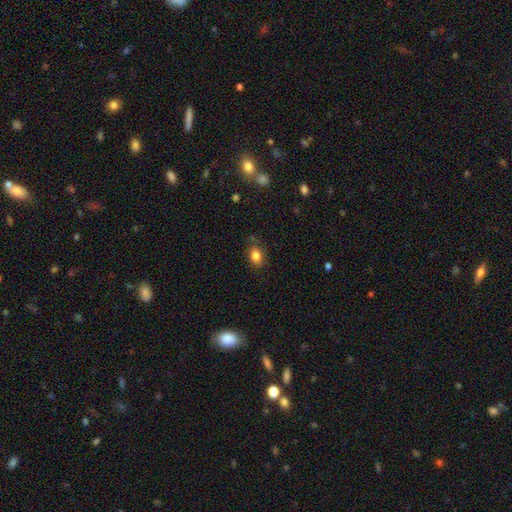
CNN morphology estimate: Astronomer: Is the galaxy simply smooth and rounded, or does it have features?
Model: smooth — 83%.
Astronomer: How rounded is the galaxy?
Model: in between — 77%.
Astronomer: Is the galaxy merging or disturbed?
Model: none — 74%.